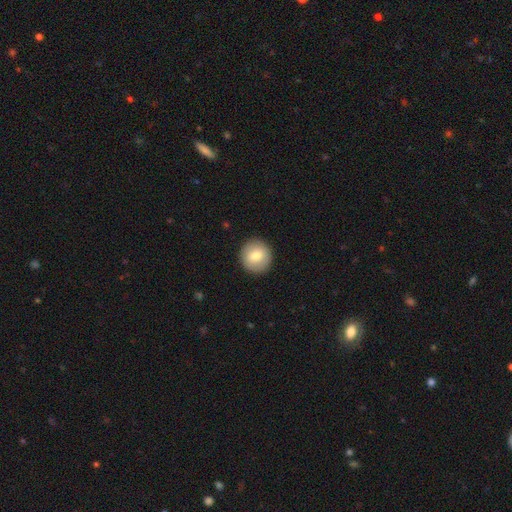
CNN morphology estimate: Smooth or featured? Predicted: smooth (p=0.77). How rounded? Predicted: round (p=0.93). Merging? Predicted: none (p=0.91).